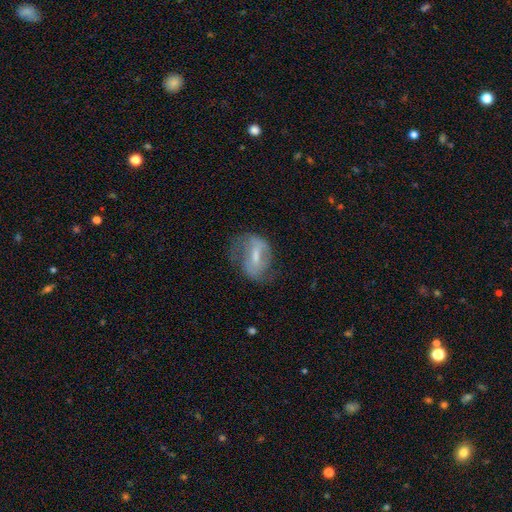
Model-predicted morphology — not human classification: Smooth or featured: featured or disk — 58% (smooth — 34%)
Edge-on disk: no — 95% (yes — 5%)
Bar: weak — 48% (strong — 31%)
Spiral arms: yes — 63% (no — 37%)
Bulge size: moderate — 40% (tied with small — 40%)
Merging: none — 47% (minor disturbance — 27%)